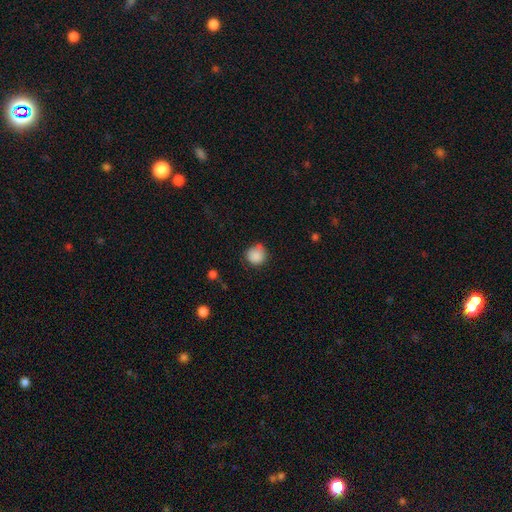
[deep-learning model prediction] Smooth or featured?
  - smooth: 87% *
  - star or artifact: 9%
  - featured or disk: 4%
How rounded?
  - round: 86% *
  - in between: 13%
  - cigar-shaped: 1%
Merging?
  - none: 66% *
  - minor disturbance: 26%
  - major disturbance: 5%
  - merger: 2%